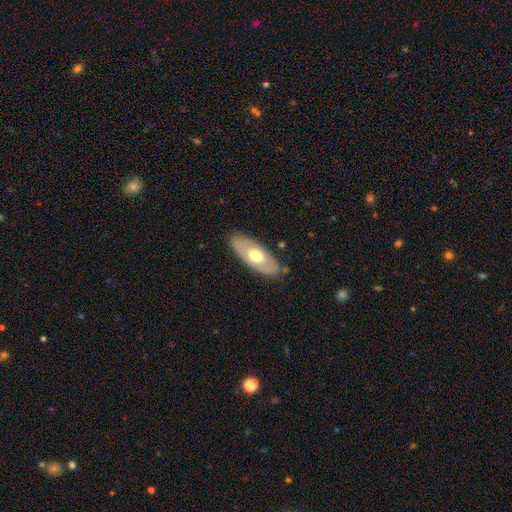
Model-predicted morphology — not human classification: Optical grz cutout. It shows a smooth galaxy with no disk features (51%) that is in between round and cigar-shaped (87%). Merging: none (83%).